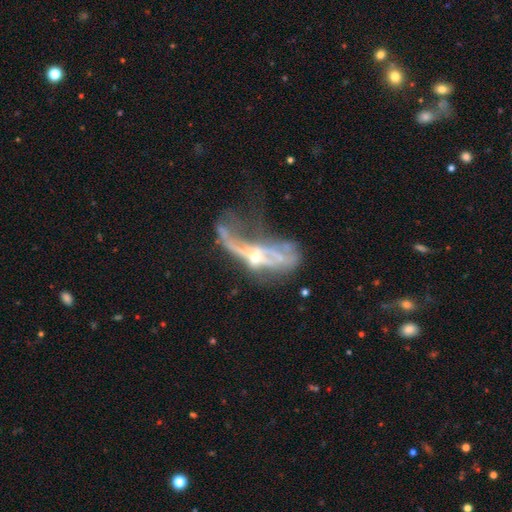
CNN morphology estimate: This appears to be a featured or disk galaxy (73%) with no bar (71%), no spiral arms (61%) and a small central bulge (44%). Merging: major disturbance (55%).